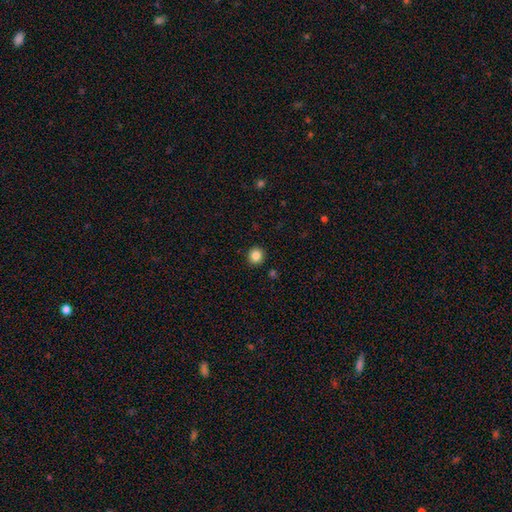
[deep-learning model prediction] The model was most divided on "smooth or featured": smooth: 85%, star or artifact: 11%, featured or disk: 4%. More confident: how rounded — round (93%); merging — none (92%).